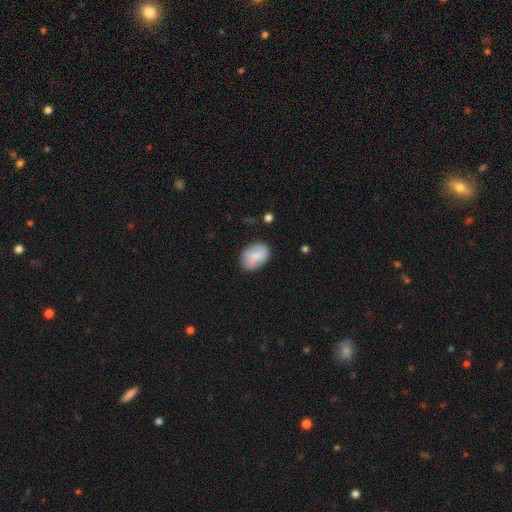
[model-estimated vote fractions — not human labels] smooth-or-featured: smooth: 68% | featured or disk: 25% | star or artifact: 7%
  how-rounded: in between: 76% | round: 23% | cigar-shaped: 1%
  merging: none: 66% | minor disturbance: 23% | major disturbance: 6% | merger: 5%